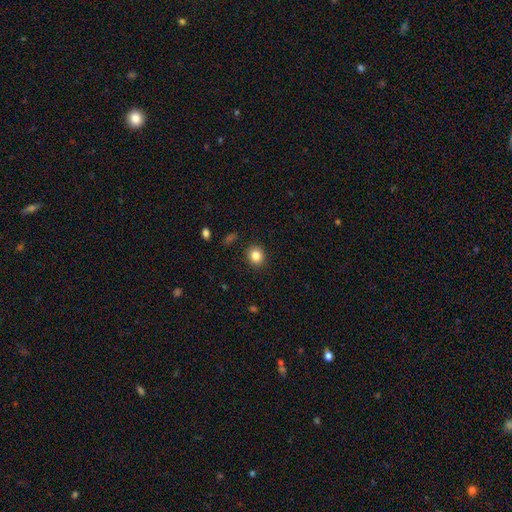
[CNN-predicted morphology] A smooth galaxy with no disk features (84%) that is round (78%). Merging: none (90%).